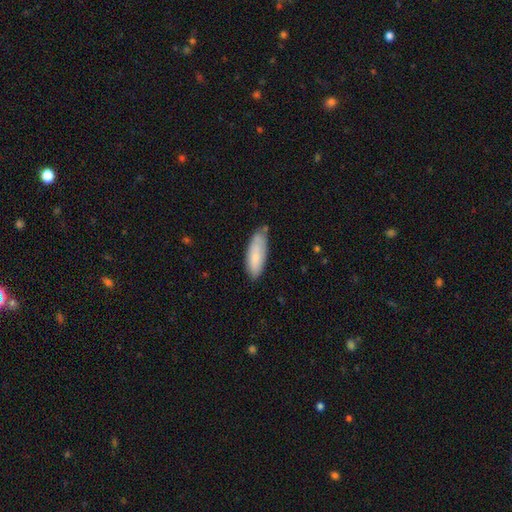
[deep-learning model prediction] Smooth or featured? Predicted: smooth (p=0.79). How rounded? Predicted: in between (p=0.67). Merging? Predicted: none (p=0.66).